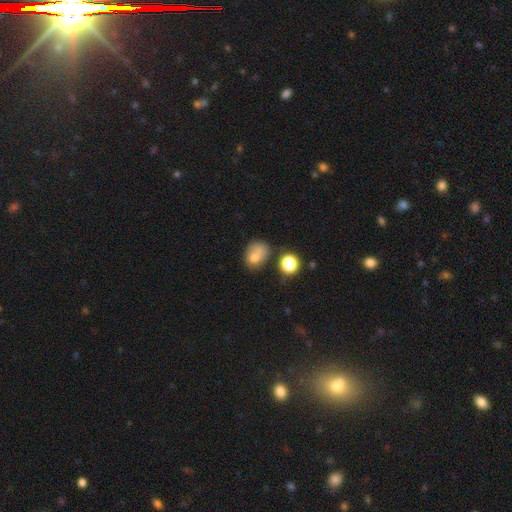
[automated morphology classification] A smooth galaxy with no disk features (71%) that is in between round and cigar-shaped (54%).

Vote fractions:
- Smooth or featured? smooth: 71% / featured or disk: 16% / star or artifact: 13%
- How rounded? in between: 54% / round: 45% / cigar-shaped: 1%
- Merging? none: 37% / merger: 27% / minor disturbance: 23% / major disturbance: 13%